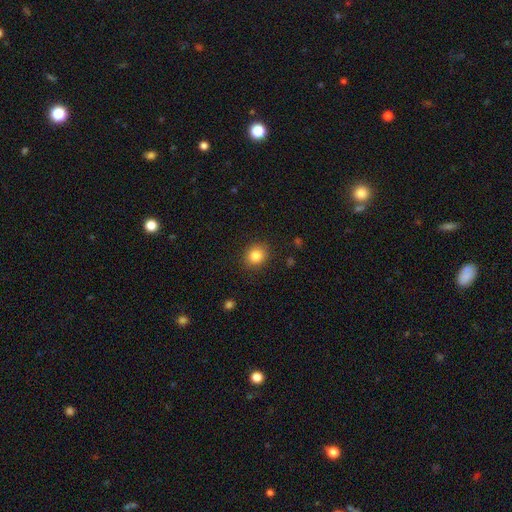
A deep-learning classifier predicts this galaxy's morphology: This is clearly a smooth galaxy (84%). How rounded: likely round (74%). Merging: clearly none (89%).